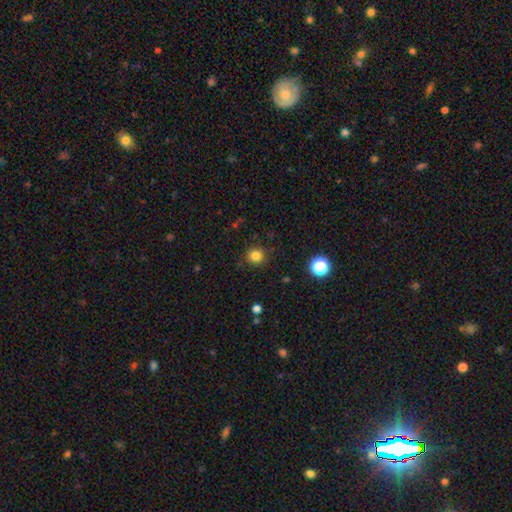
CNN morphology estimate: Q: Smooth or featured?
A: smooth (82%); runner-up: star or artifact (13%)
Q: How rounded?
A: round (91%); runner-up: in between (8%)
Q: Merging?
A: none (87%); runner-up: minor disturbance (9%)